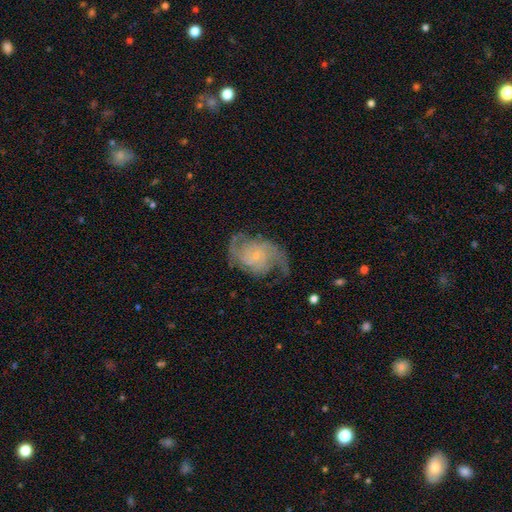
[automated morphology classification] featured or disk 87%, smooth 8%, star or artifact 6%. Down the decision tree: edge-on disk — no (98%); bar — no (65%); spiral arms — yes (96%); spiral arm count — 2 (64%); spiral winding — medium (48%); bulge size — small (79%); merging — none (65%).